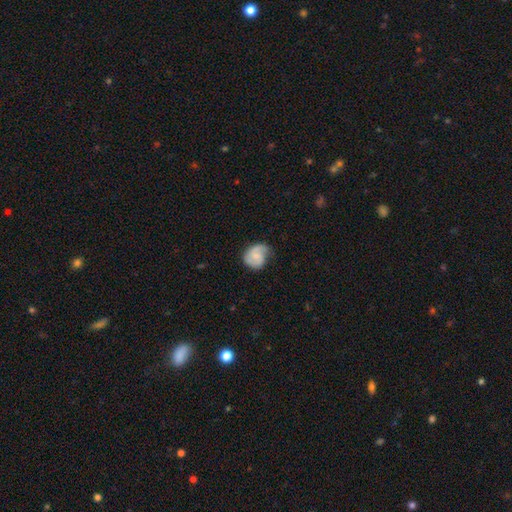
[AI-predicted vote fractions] Smooth or featured? Predicted: featured or disk (p=0.62). Edge-on disk? Predicted: no (p=0.98). Bar? Predicted: no (p=0.56). Spiral arms? Predicted: yes (p=0.92). Spiral winding? Predicted: medium (p=0.45). Spiral arm count? Predicted: 2 (p=0.72). Bulge size? Predicted: small (p=0.51). Merging? Predicted: none (p=0.60).